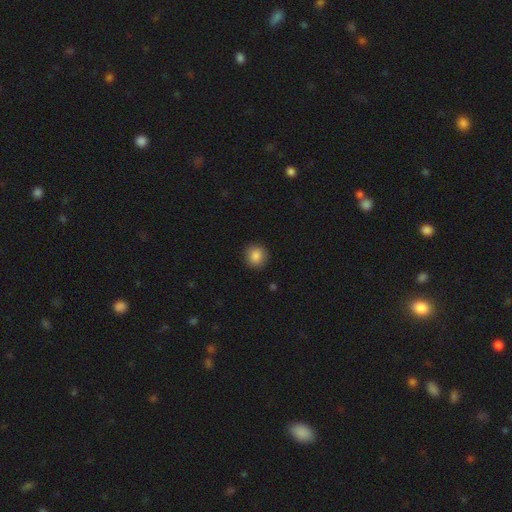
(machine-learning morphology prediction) smooth 87%, star or artifact 9%, featured or disk 4%. Down the decision tree: how rounded — round (89%); merging — none (90%).